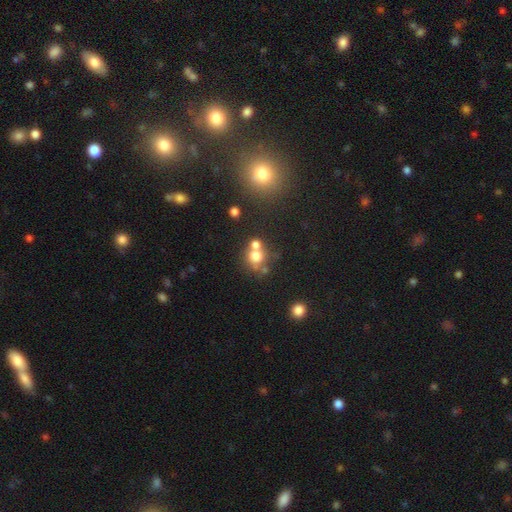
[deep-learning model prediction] Q: Smooth or featured?
A: smooth (68%); runner-up: star or artifact (16%)
Q: How rounded?
A: round (84%); runner-up: in between (15%)
Q: Merging?
A: none (47%); runner-up: merger (40%)